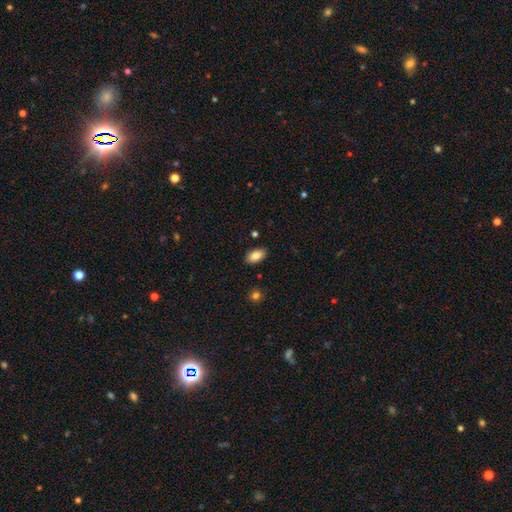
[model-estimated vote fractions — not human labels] smooth 84%, featured or disk 9%, star or artifact 7%. Down the decision tree: how rounded — in between (93%); merging — none (88%).